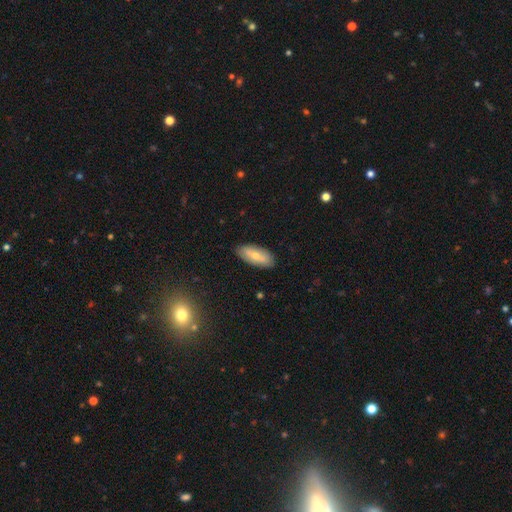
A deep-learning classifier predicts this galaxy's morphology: Smooth or featured? Predicted: smooth (p=0.63). How rounded? Predicted: in between (p=0.82). Merging? Predicted: none (p=0.86).